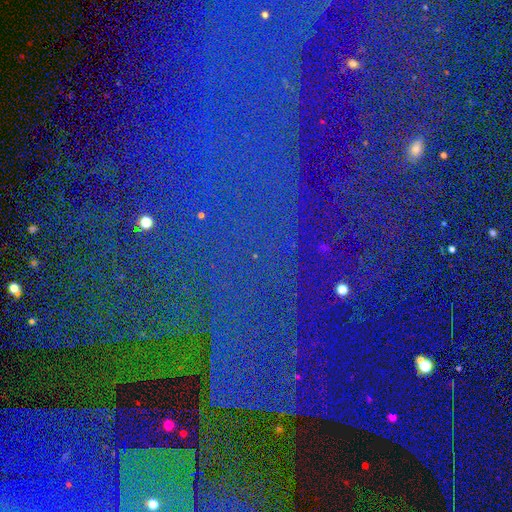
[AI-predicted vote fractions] Smooth or featured? star or artifact (86%)